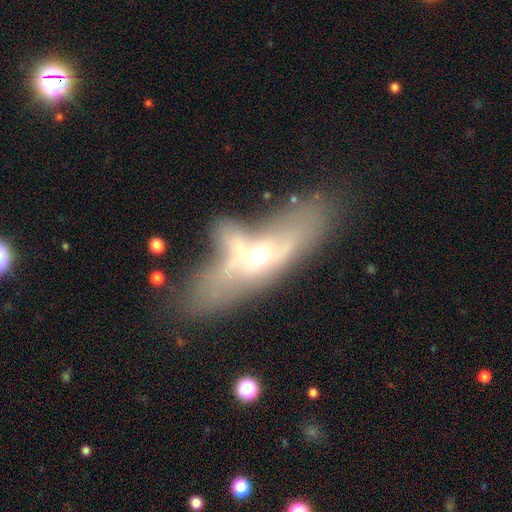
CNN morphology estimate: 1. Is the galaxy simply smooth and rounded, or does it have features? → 53% featured or disk, 38% smooth, 10% star or artifact.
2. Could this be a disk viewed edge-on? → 62% no, 38% yes.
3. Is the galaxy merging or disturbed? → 43% merger, 24% none, 19% major disturbance, 14% minor disturbance.